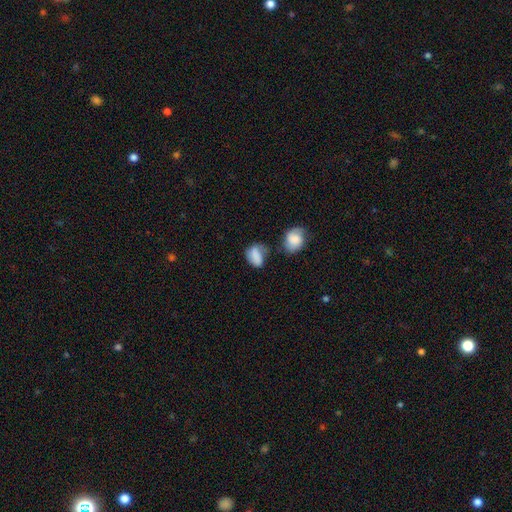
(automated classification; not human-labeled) Overall: smooth (77%). How rounded: in between (75%). Merging: none (40%; minor disturbance 28%).